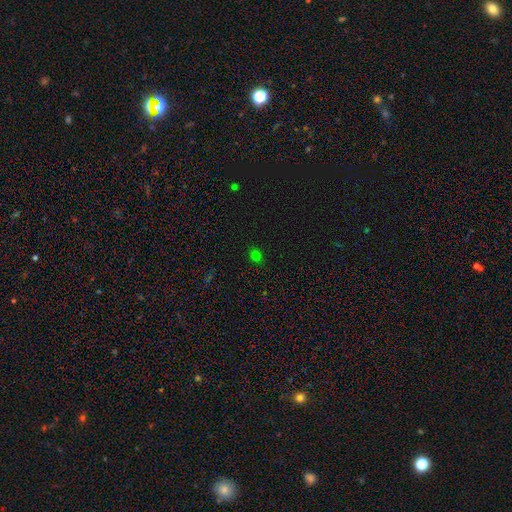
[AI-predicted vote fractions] Smooth or featured?
  - smooth: 72% *
  - star or artifact: 23%
  - featured or disk: 5%
How rounded?
  - round: 66% *
  - in between: 33%
  - cigar-shaped: 1%
Merging?
  - none: 88% *
  - minor disturbance: 8%
  - major disturbance: 2%
  - merger: 1%